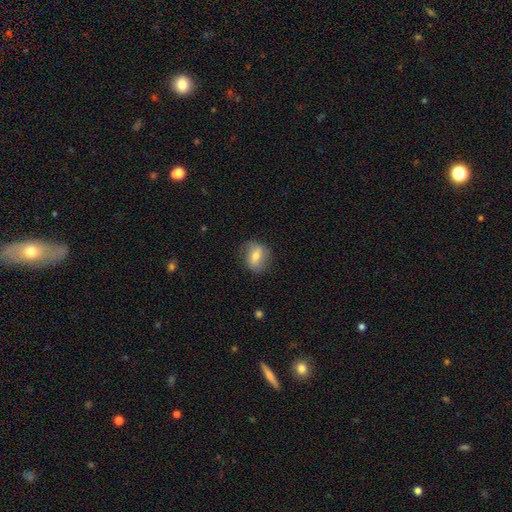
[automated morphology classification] This is possibly a smooth galaxy (56%). How rounded: possibly round (56%). Merging: likely none (76%).